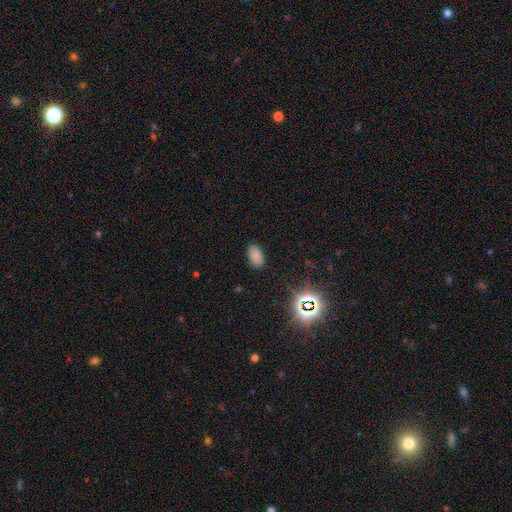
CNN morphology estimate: Smooth or featured?
  - smooth: 79% *
  - star or artifact: 16%
  - featured or disk: 5%
How rounded?
  - in between: 93% *
  - round: 5%
  - cigar-shaped: 2%
Merging?
  - none: 85% *
  - minor disturbance: 11%
  - major disturbance: 3%
  - merger: 1%